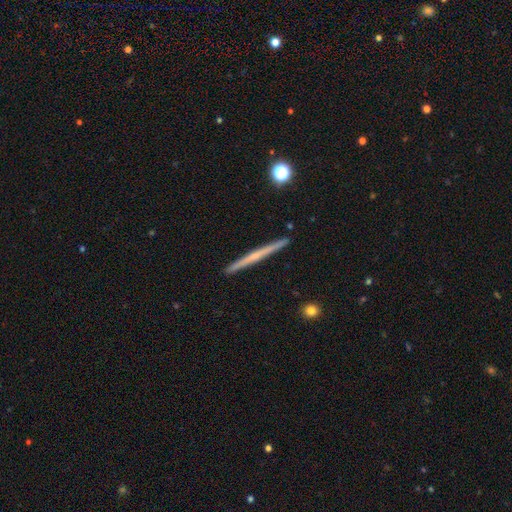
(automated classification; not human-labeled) Q: Smooth or featured?
A: featured or disk (62%); runner-up: smooth (31%)
Q: Edge-on disk?
A: yes (98%); runner-up: no (2%)
Q: Edge-on bulge?
A: none (63%); runner-up: rounded (32%)
Q: Merging?
A: none (93%); runner-up: minor disturbance (5%)